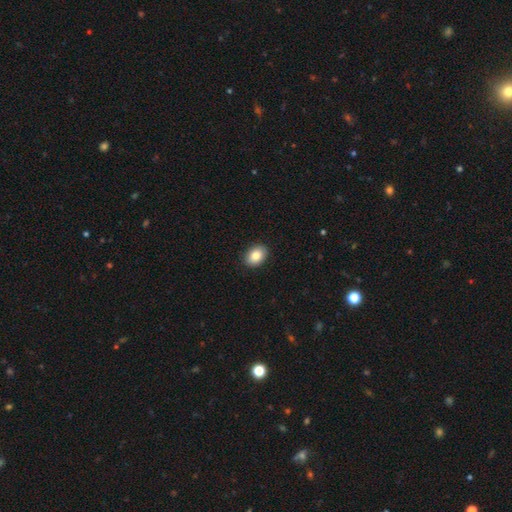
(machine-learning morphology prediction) type=smooth (85%); roundness=in between (73%); merging=none (90%).